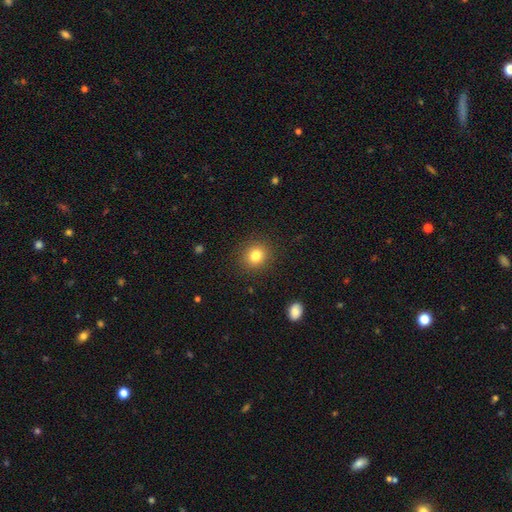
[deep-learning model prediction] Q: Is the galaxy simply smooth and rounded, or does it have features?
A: smooth — 82%.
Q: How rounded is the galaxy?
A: round — 81%.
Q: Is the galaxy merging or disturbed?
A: none — 89%.